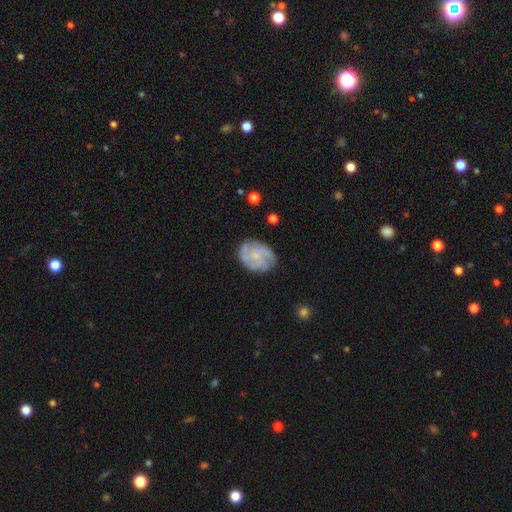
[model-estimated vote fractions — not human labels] Overall: featured or disk (65%; smooth 28%). Edge-on disk: no (98%). Bar: no (70%). Spiral arms: yes (85%). Spiral arm count: can't tell (31%; 3 29%). Spiral winding: tight (43%; medium 41%). Bulge size: small (40%; none 35%). Merging: none (74%).